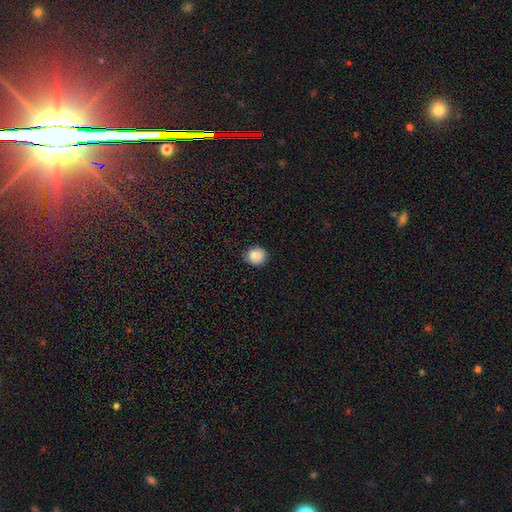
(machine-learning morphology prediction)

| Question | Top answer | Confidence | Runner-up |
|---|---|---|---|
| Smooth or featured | smooth | 88% | star or artifact (9%) |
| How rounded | round | 79% | in between (20%) |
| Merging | none | 88% | minor disturbance (9%) |